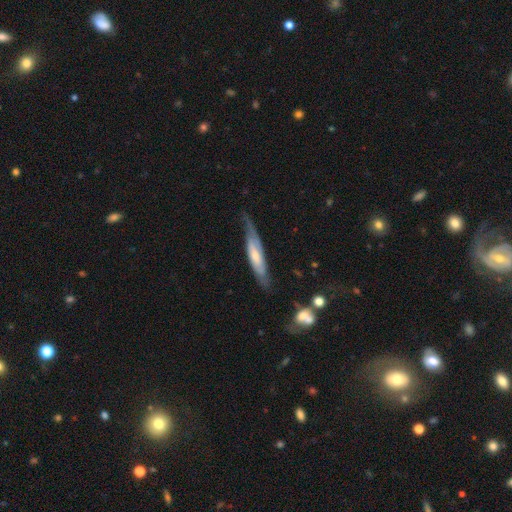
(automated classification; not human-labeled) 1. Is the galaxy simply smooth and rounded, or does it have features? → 64% featured or disk, 30% smooth, 6% star or artifact.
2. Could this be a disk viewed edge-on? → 55% yes, 45% no.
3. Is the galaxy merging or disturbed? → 61% none, 26% minor disturbance, 10% major disturbance, 3% merger.